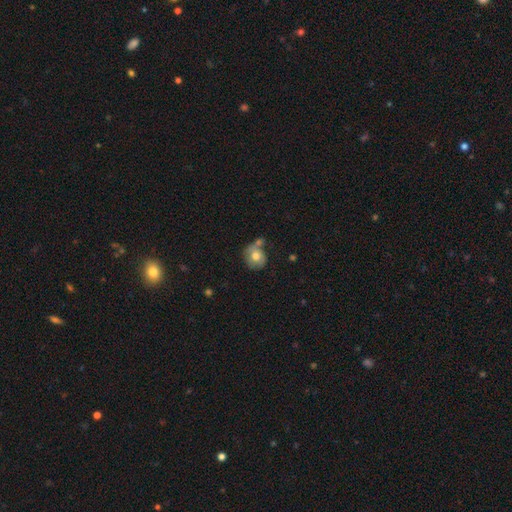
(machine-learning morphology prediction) Smooth or featured? smooth (68%)
How rounded? round (75%)
Merging? none (48%)